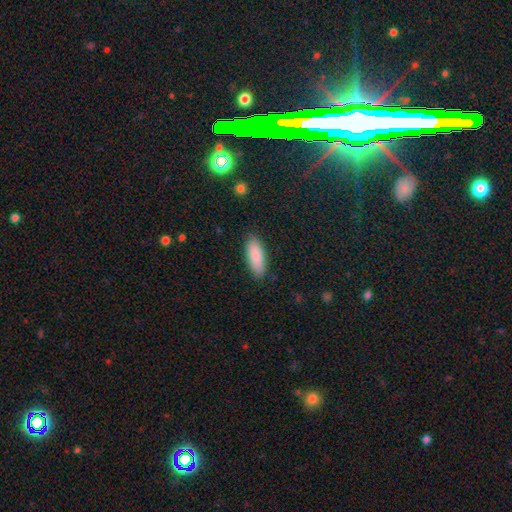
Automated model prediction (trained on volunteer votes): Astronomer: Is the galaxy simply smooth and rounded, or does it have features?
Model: smooth — 88%.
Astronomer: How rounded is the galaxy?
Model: in between — 72%.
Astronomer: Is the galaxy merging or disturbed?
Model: none — 87%.